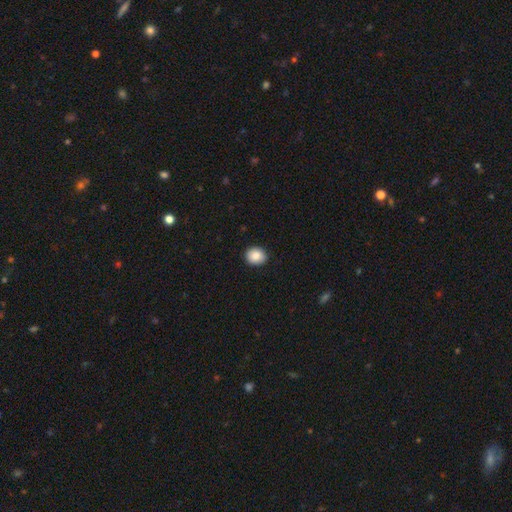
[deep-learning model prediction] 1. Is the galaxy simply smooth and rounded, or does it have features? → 84% smooth, 8% star or artifact, 7% featured or disk.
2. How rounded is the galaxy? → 70% round, 29% in between, 1% cigar-shaped.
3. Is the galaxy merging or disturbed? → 90% none, 7% minor disturbance, 2% major disturbance, 1% merger.